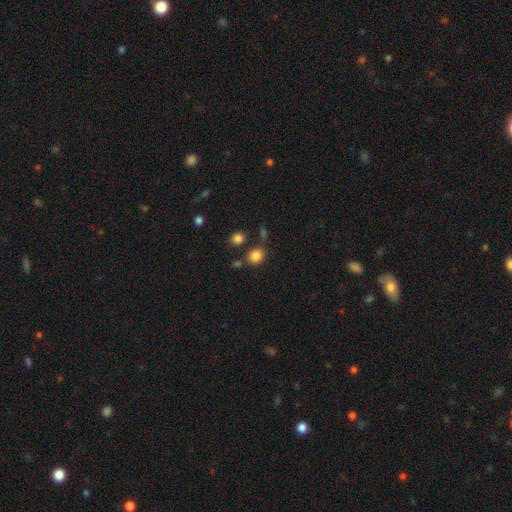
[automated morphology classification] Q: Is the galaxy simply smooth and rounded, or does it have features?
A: smooth — 84%.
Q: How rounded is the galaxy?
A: round — 67%.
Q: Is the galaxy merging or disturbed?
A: none — 75%.